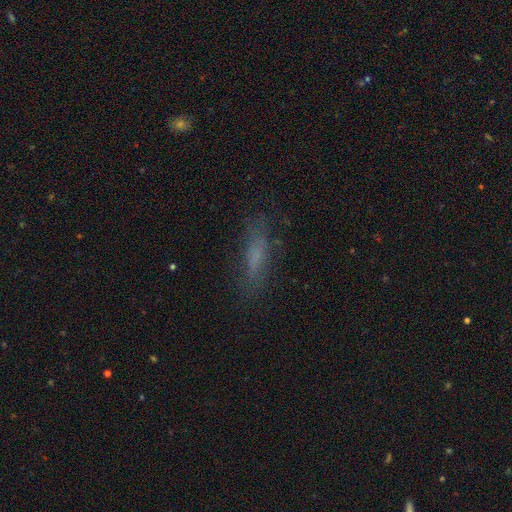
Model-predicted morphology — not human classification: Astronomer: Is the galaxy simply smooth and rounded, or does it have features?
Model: smooth — 61%.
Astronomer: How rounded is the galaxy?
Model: cigar-shaped — 70%.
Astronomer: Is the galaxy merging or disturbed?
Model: none — 74%.